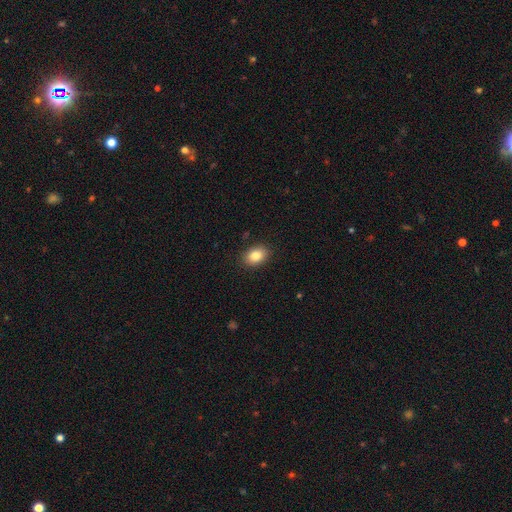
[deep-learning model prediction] A smooth galaxy with no disk features (84%) that is in between round and cigar-shaped (78%).

Vote fractions:
- Smooth or featured? smooth: 84% / star or artifact: 9% / featured or disk: 7%
- How rounded? in between: 78% / round: 21% / cigar-shaped: 1%
- Merging? none: 89% / minor disturbance: 8% / major disturbance: 2% / merger: 1%